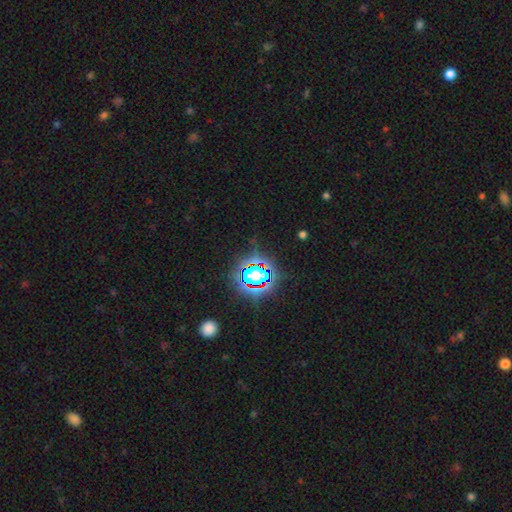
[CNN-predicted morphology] smooth_or_featured: star or artifact (p=0.78) [alt: smooth p=0.14]